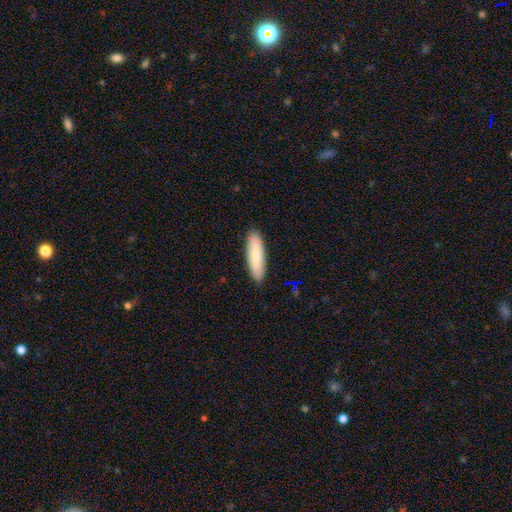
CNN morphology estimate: Overall: smooth (82%). How rounded: cigar-shaped (67%; in between 31%). Merging: none (90%).